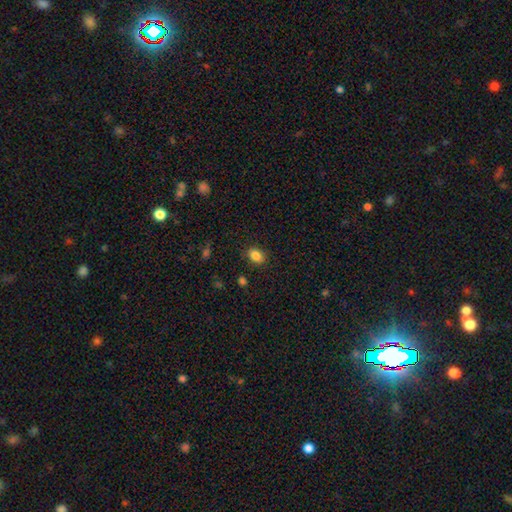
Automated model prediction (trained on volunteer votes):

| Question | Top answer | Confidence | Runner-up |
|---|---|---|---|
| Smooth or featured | smooth | 85% | star or artifact (10%) |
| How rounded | in between | 62% | round (37%) |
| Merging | none | 86% | minor disturbance (10%) |